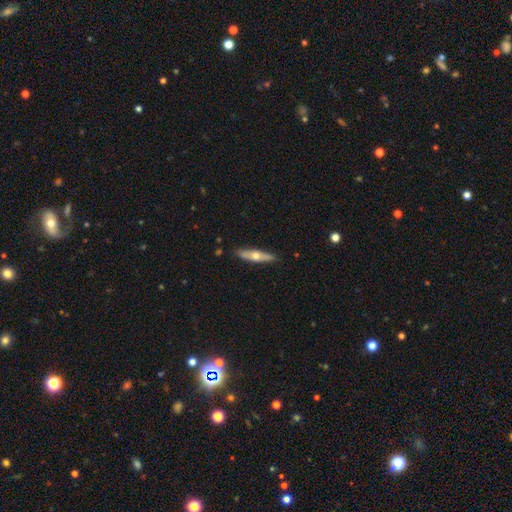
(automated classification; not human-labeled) A featured or disk galaxy (49%).

Vote fractions:
- Smooth or featured? featured or disk: 49% / smooth: 45% / star or artifact: 5%
- Merging? none: 87% / minor disturbance: 10% / major disturbance: 2% / merger: 1%